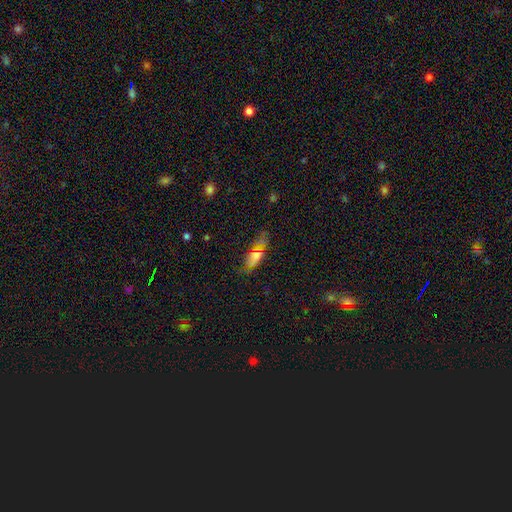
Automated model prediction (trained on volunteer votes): Overall: smooth (60%; featured or disk 25%). How rounded: in between (50%; cigar-shaped 47%). Merging: none (62%; minor disturbance 23%).